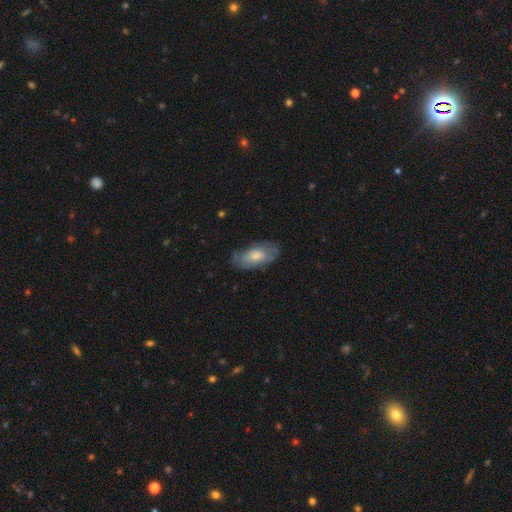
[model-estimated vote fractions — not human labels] This appears to be a smooth galaxy with no disk features (65%) that is in between round and cigar-shaped (91%). Merging: none (64%).